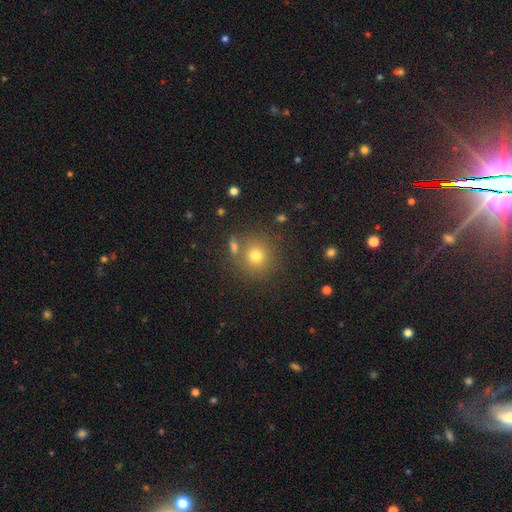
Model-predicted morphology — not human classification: Smooth or featured?
  - smooth: 74% *
  - star or artifact: 16%
  - featured or disk: 10%
How rounded?
  - round: 92% *
  - in between: 7%
  - cigar-shaped: 1%
Merging?
  - none: 77% *
  - merger: 11%
  - minor disturbance: 9%
  - major disturbance: 3%